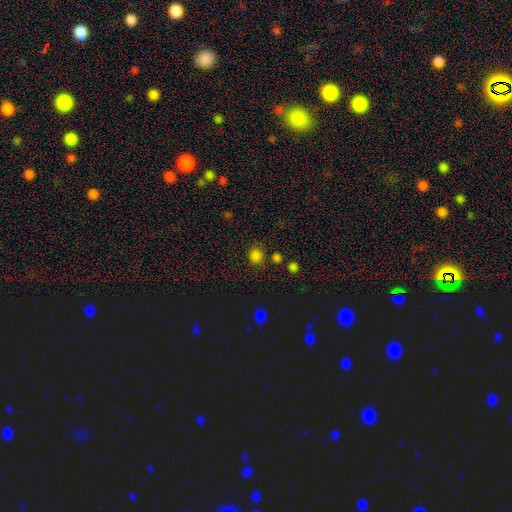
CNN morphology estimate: type=smooth (78%); roundness=round (84%); merging=none (80%).